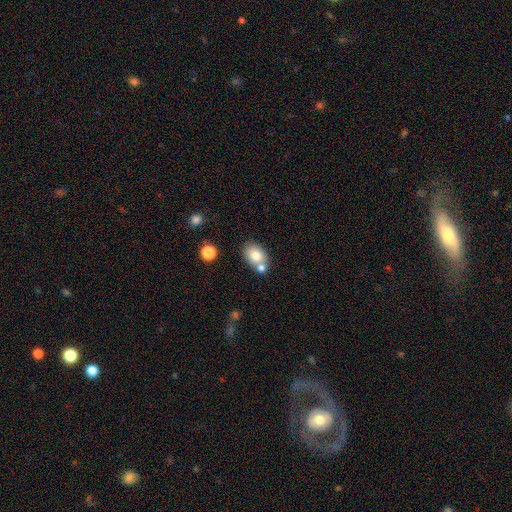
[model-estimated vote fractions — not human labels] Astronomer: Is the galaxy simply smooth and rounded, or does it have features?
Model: smooth — 77%.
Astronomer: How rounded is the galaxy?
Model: in between — 77%.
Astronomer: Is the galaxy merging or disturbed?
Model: none — 57%.